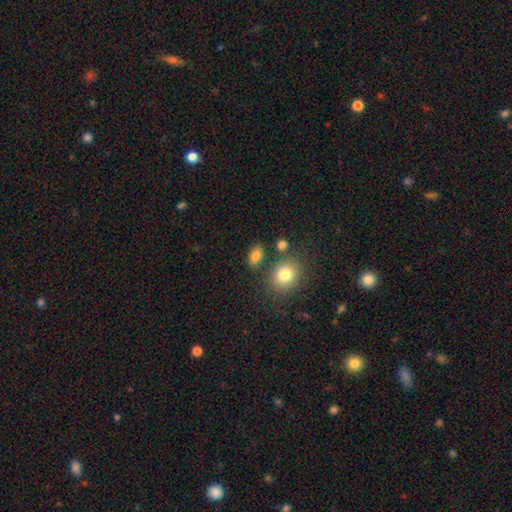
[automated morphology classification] Smooth or featured? smooth (81%)
How rounded? in between (82%)
Merging? none (77%)